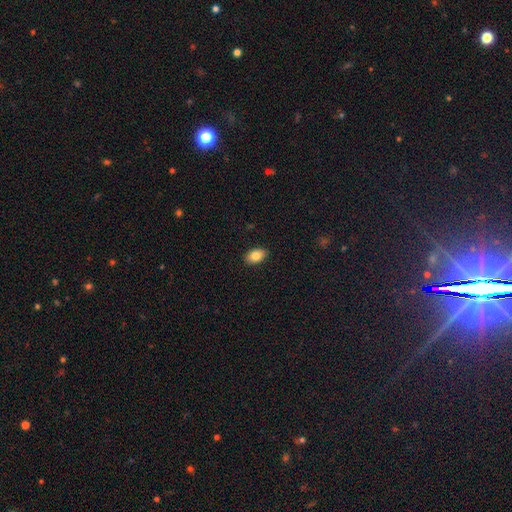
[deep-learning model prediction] A smooth galaxy with no disk features (83%) that is in between round and cigar-shaped (91%). Merging: none (90%).